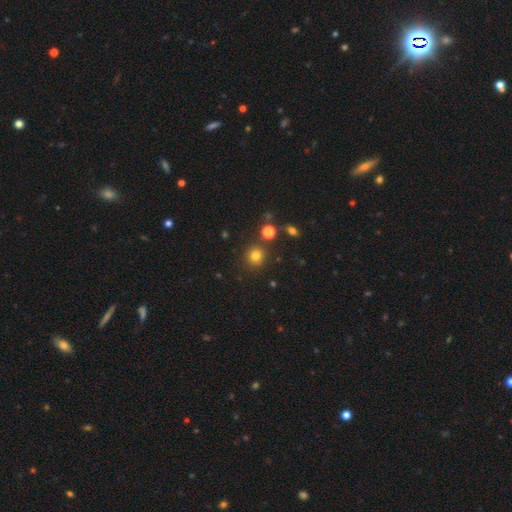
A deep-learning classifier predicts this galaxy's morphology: smooth 77%, star or artifact 16%, featured or disk 7%. Down the decision tree: how rounded — round (91%); merging — none (84%).